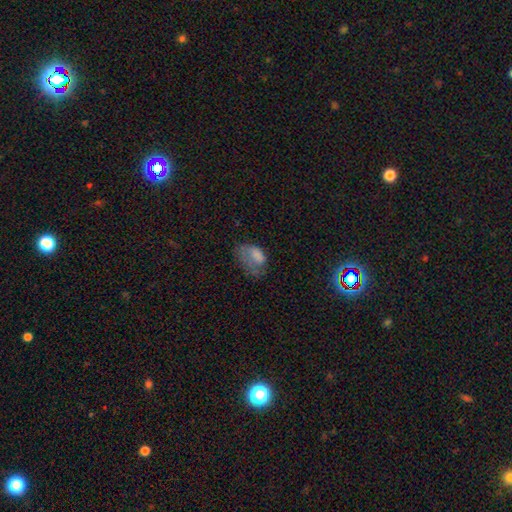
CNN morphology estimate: A smooth galaxy with no disk features (70%) that is in between round and cigar-shaped (88%).

Vote fractions:
- Smooth or featured? smooth: 70% / featured or disk: 19% / star or artifact: 11%
- How rounded? in between: 88% / round: 10% / cigar-shaped: 2%
- Merging? major disturbance: 42% / minor disturbance: 29% / none: 27% / merger: 3%